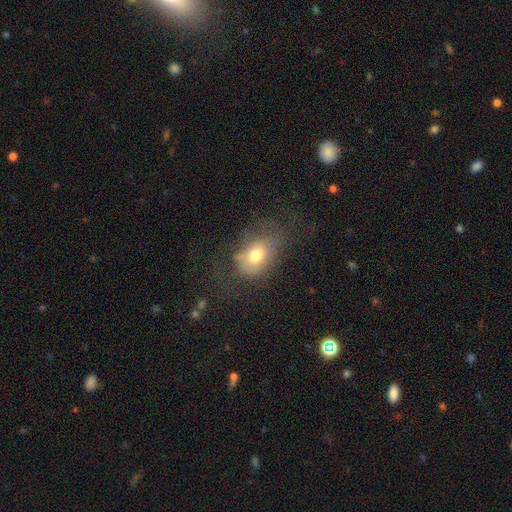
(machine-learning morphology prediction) smooth-or-featured: smooth: 66% | featured or disk: 23% | star or artifact: 11%
  how-rounded: in between: 69% | round: 30% | cigar-shaped: 1%
  merging: none: 48% | minor disturbance: 26% | major disturbance: 24% | merger: 2%